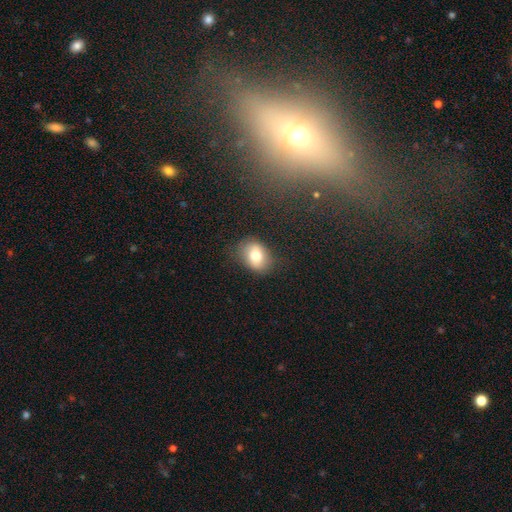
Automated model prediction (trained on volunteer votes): The model was most divided on "how rounded": in between: 61%, round: 38%, cigar-shaped: 1%. More confident: merging — none (79%); smooth or featured — smooth (73%).